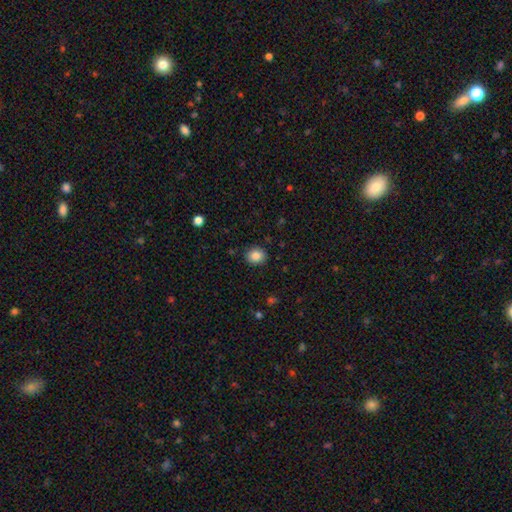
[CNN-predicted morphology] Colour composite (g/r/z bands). It shows a smooth galaxy with no disk features (86%) that is round (66%). Merging: none (88%).